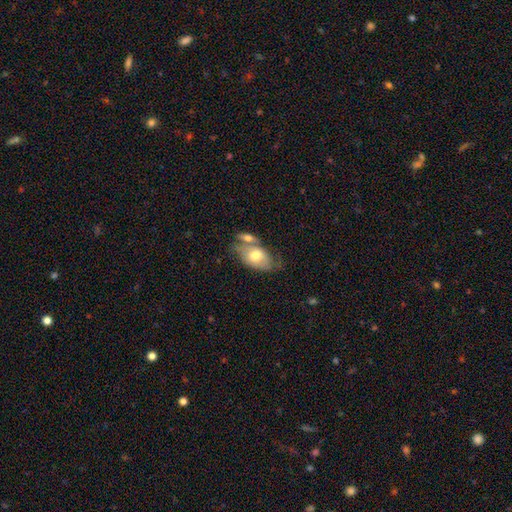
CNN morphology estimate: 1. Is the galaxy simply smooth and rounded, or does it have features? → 65% smooth, 29% featured or disk, 6% star or artifact.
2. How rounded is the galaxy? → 87% in between, 11% round, 2% cigar-shaped.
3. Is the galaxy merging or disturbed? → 38% merger, 36% none, 18% minor disturbance, 8% major disturbance.